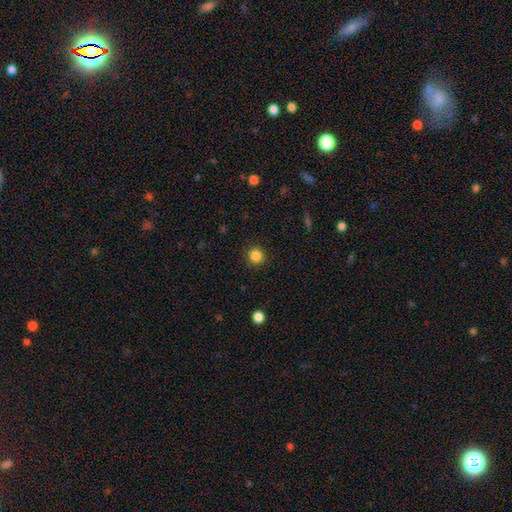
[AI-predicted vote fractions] Smooth or featured? smooth (85%)
How rounded? round (92%)
Merging? none (90%)